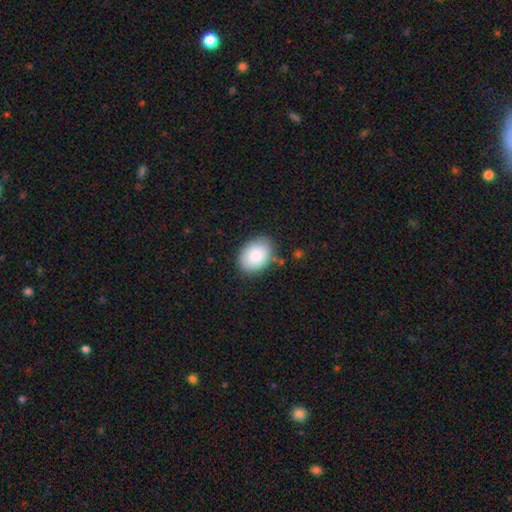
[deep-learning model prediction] Morphology: type=smooth (87%); roundness=in between (78%); merging=none (82%).